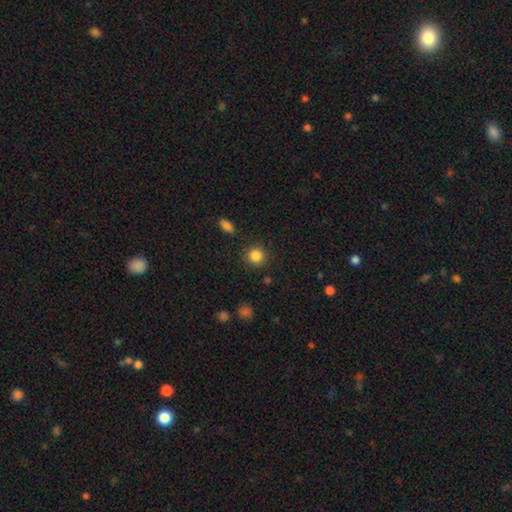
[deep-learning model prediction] A smooth galaxy with no disk features (85%) that is round (92%). Merging: none (89%).